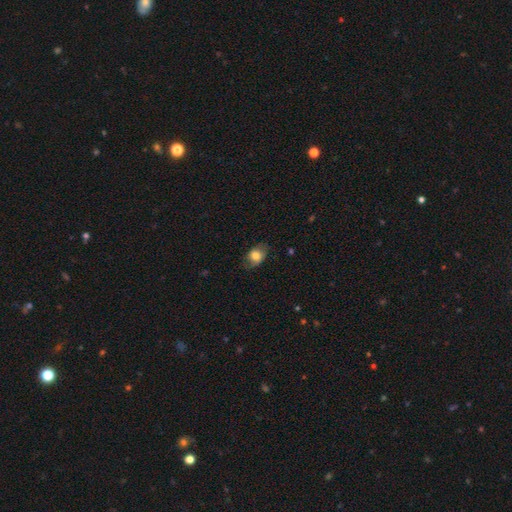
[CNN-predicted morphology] Smooth or featured? smooth (70%)
How rounded? in between (72%)
Merging? none (70%)